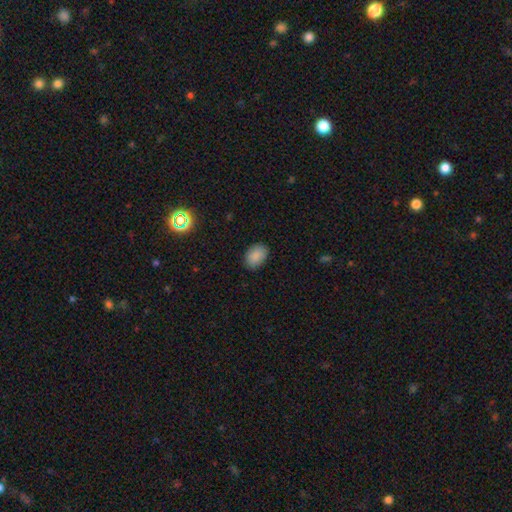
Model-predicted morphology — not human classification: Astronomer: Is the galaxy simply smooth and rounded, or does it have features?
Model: smooth — 88%.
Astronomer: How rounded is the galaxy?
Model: in between — 83%.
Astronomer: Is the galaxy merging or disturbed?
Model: none — 85%.